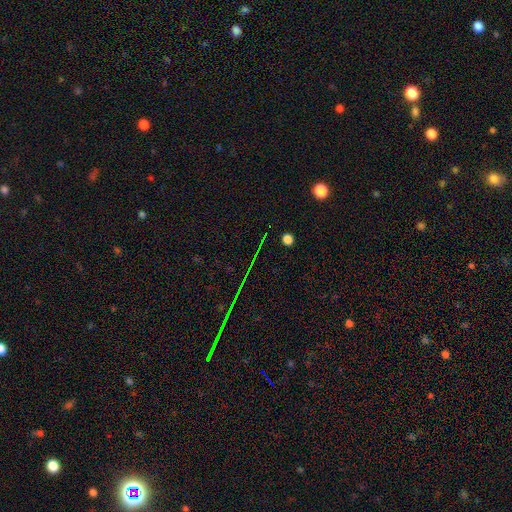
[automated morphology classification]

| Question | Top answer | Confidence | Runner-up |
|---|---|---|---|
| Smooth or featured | star or artifact | 78% | smooth (12%) |